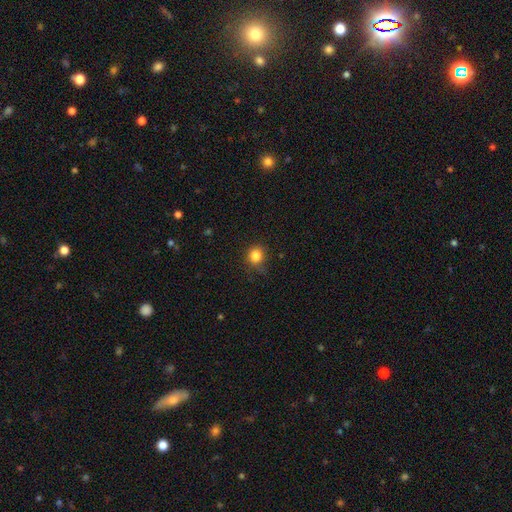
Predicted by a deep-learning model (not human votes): smooth_or_featured: smooth (p=0.84) [alt: star or artifact p=0.12]
how_rounded: round (p=0.86) [alt: in between p=0.13]
merging: none (p=0.78) [alt: minor disturbance p=0.16]